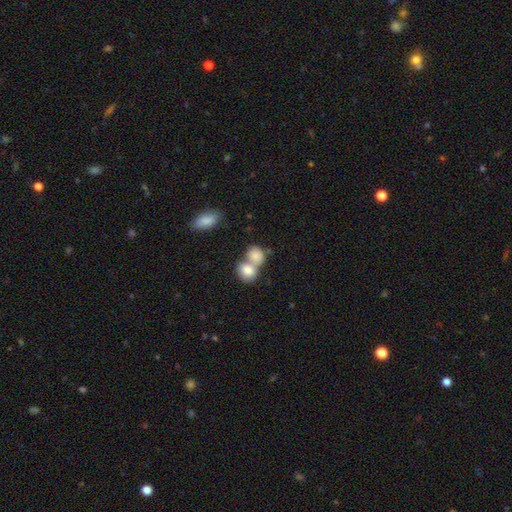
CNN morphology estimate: A smooth galaxy with no disk features (82%) that is in between round and cigar-shaped (55%). Merging: merger (67%).